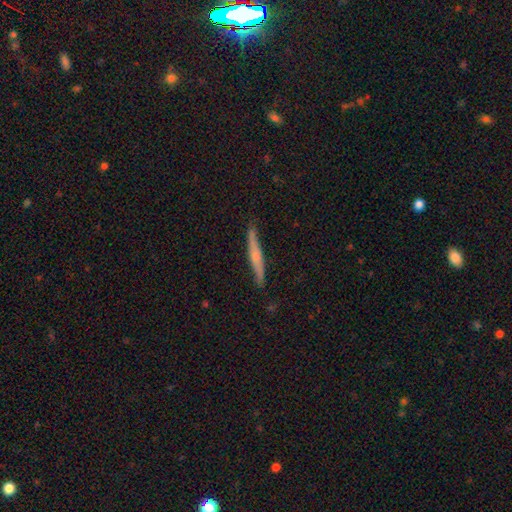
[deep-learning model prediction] Smooth or featured? featured or disk (57%)
Edge-on disk? yes (95%)
Edge-on bulge? rounded (60%)
Merging? none (87%)